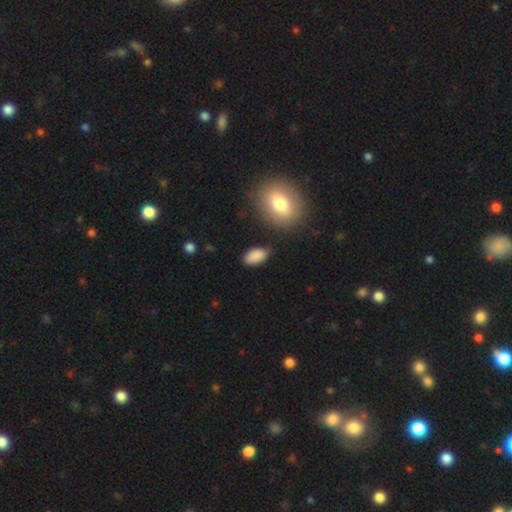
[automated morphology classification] A smooth galaxy with no disk features (87%) that is in between round and cigar-shaped (93%). Merging: none (77%).